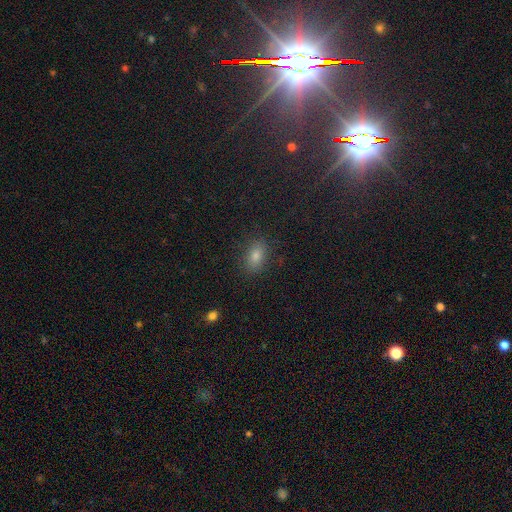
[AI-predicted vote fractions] Smooth or featured? Predicted: smooth (p=0.69). How rounded? Predicted: in between (p=0.83). Merging? Predicted: none (p=0.87).